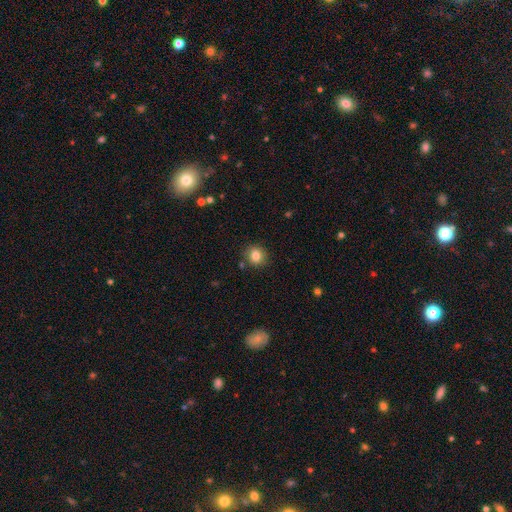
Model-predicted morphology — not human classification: smooth-or-featured: smooth: 83% | star or artifact: 11% | featured or disk: 7%
  how-rounded: round: 76% | in between: 23% | cigar-shaped: 1%
  merging: none: 86% | minor disturbance: 9% | merger: 3% | major disturbance: 2%